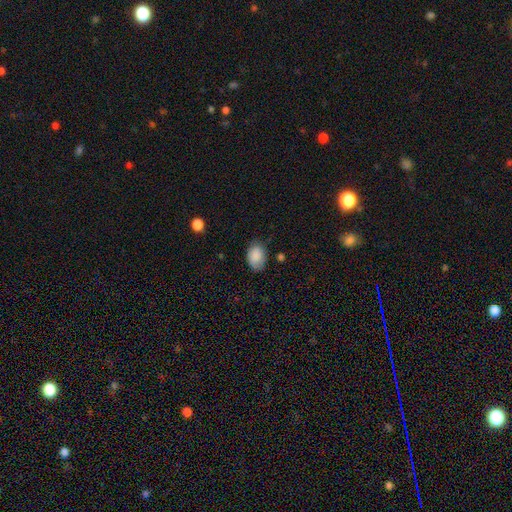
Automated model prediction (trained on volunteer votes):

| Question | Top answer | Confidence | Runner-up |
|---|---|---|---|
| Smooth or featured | smooth | 87% | star or artifact (8%) |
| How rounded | in between | 83% | round (16%) |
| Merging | none | 70% | minor disturbance (23%) |